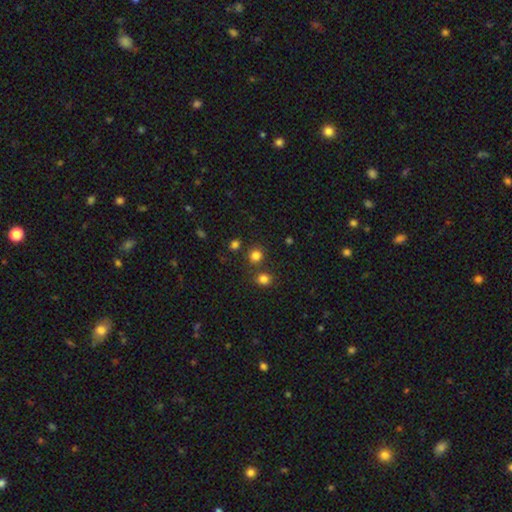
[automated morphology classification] Q: Smooth or featured?
A: smooth (80%); runner-up: star or artifact (15%)
Q: How rounded?
A: round (88%); runner-up: in between (11%)
Q: Merging?
A: none (79%); runner-up: merger (11%)